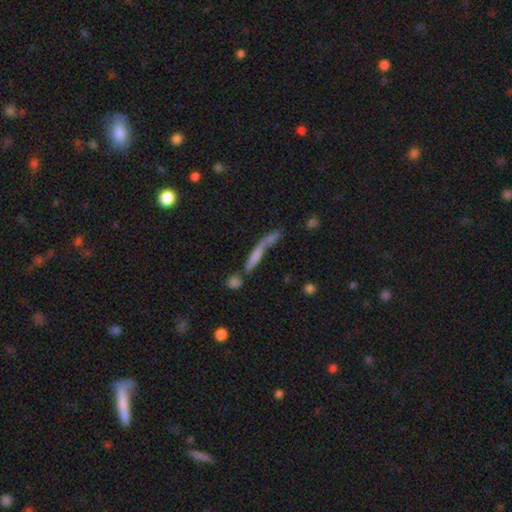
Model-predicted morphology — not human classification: This is likely a smooth galaxy (62%). How rounded: clearly cigar-shaped (86%). Merging: marginally none (36%).